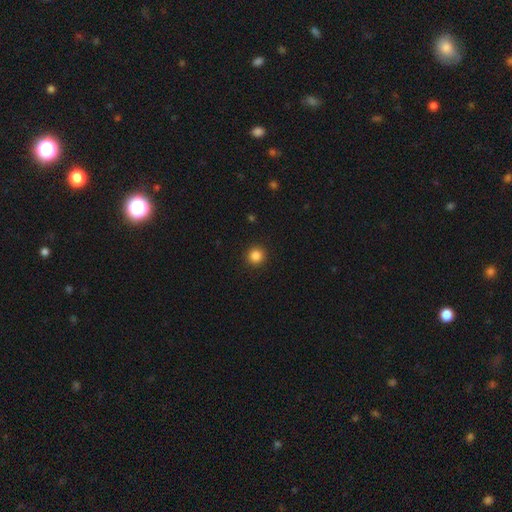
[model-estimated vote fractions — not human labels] A smooth galaxy with no disk features (86%) that is round (95%).

Vote fractions:
- Smooth or featured? smooth: 86% / star or artifact: 11% / featured or disk: 3%
- How rounded? round: 95% / in between: 4% / cigar-shaped: 1%
- Merging? none: 93% / minor disturbance: 5% / major disturbance: 2% / merger: 1%